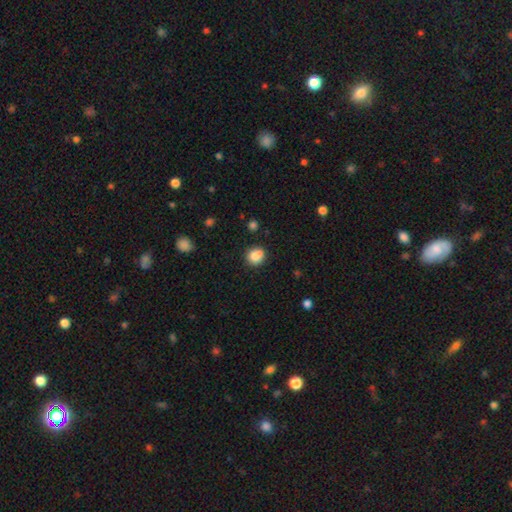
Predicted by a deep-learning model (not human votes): smooth-or-featured: smooth: 82% | star or artifact: 10% | featured or disk: 8%
  how-rounded: round: 82% | in between: 17% | cigar-shaped: 1%
  merging: none: 61% | merger: 21% | minor disturbance: 14% | major disturbance: 4%